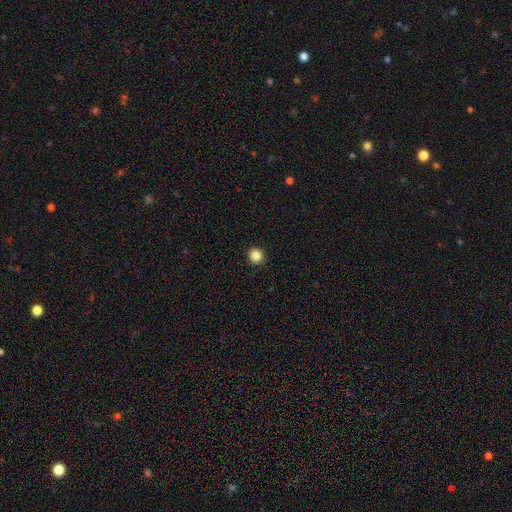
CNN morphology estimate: A smooth galaxy with no disk features (86%) that is round (94%).

Vote fractions:
- Smooth or featured? smooth: 86% / star or artifact: 11% / featured or disk: 4%
- How rounded? round: 94% / in between: 5% / cigar-shaped: 1%
- Merging? none: 93% / minor disturbance: 4% / major disturbance: 1% / merger: 1%